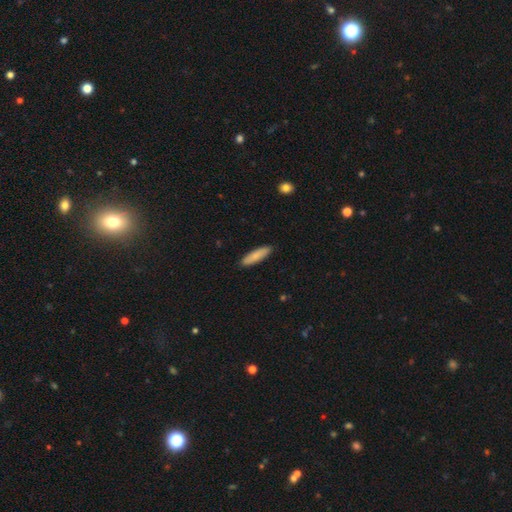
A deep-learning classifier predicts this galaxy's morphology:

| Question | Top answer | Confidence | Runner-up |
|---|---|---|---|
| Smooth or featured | smooth | 84% | featured or disk (10%) |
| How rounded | cigar-shaped | 66% | in between (33%) |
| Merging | none | 90% | minor disturbance (8%) |